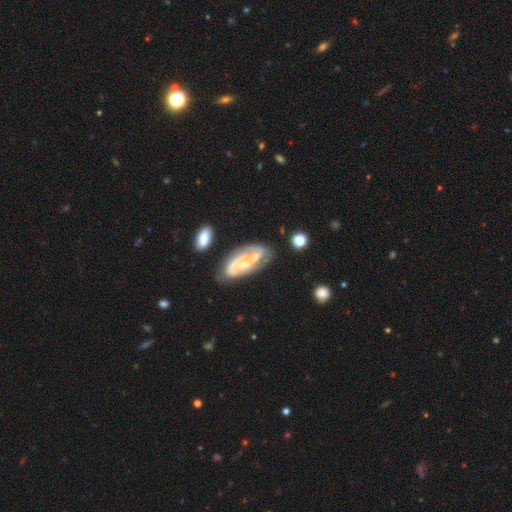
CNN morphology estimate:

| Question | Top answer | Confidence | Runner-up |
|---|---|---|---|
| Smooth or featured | featured or disk | 75% | smooth (18%) |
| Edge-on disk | no | 93% | yes (7%) |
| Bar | no | 45% | weak (39%) |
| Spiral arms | yes | 84% | no (16%) |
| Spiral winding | medium | 46% | tight (27%) |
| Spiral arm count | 2 | 64% | can't tell (18%) |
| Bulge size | small | 38% | moderate (35%) |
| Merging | none | 56% | minor disturbance (22%) |